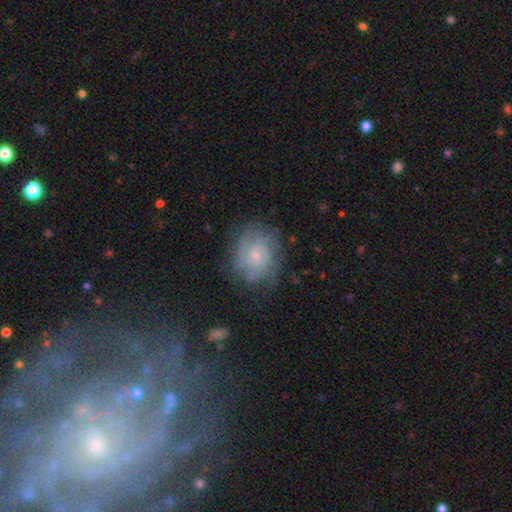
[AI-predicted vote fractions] Smooth or featured? Predicted: featured or disk (p=0.60). Edge-on disk? Predicted: no (p=0.97). Bar? Predicted: no (p=0.78). Spiral arms? Predicted: yes (p=0.79). Bulge size? Predicted: small (p=0.62). Merging? Predicted: none (p=0.66).